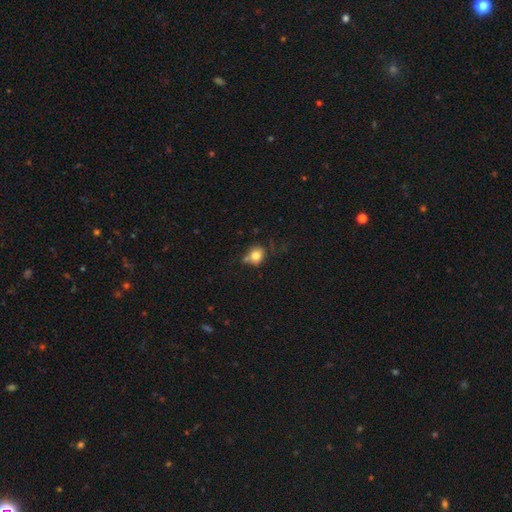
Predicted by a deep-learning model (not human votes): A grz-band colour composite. It shows a smooth galaxy with no disk features (77%) that is round (66%). Merging: none (51%).